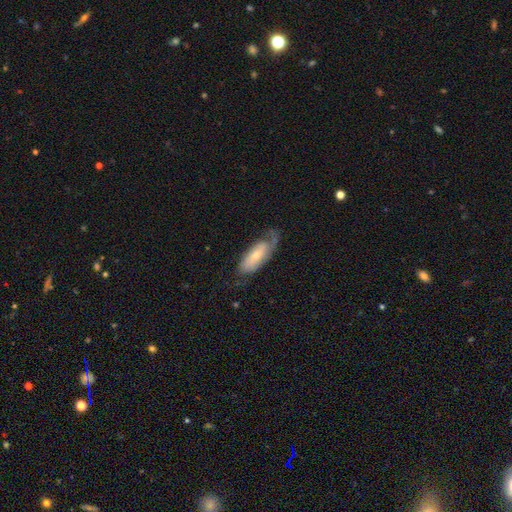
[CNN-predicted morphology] Smooth or featured: featured or disk — 49% (smooth — 45%)
Merging: none — 47% (minor disturbance — 30%)